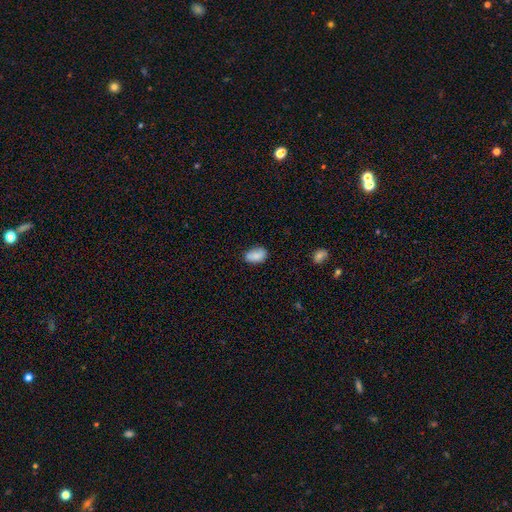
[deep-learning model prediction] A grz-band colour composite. It shows a smooth galaxy with no disk features (82%) that is in between round and cigar-shaped (90%). Merging: none (71%).